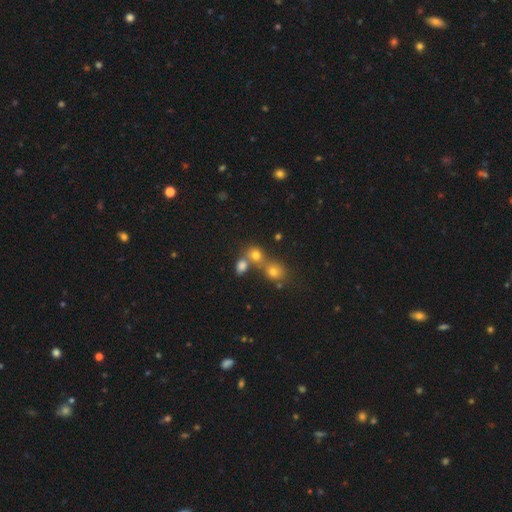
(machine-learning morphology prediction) smooth 67%, star or artifact 22%, featured or disk 12%. Down the decision tree: how rounded — round (71%); merging — merger (48%).